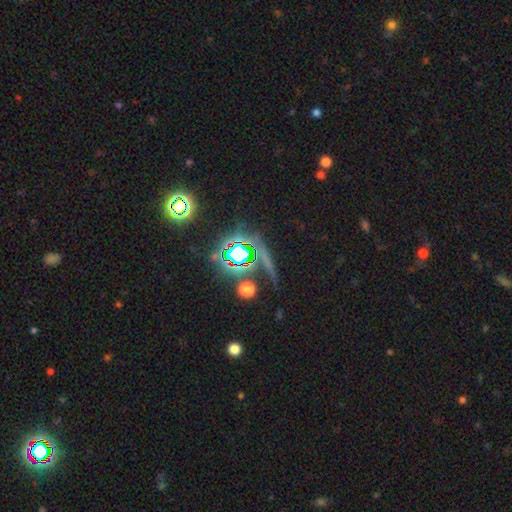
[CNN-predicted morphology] This is likely a star or artifact rather than a galaxy (78%).